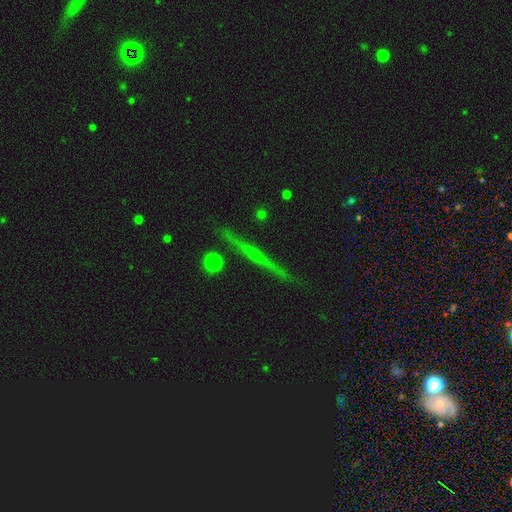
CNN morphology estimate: Smooth or featured?
  - featured or disk: 63% *
  - smooth: 26%
  - star or artifact: 11%
Edge-on disk?
  - yes: 96% *
  - no: 4%
Edge-on bulge?
  - none: 73% *
  - rounded: 20%
  - boxy: 7%
Merging?
  - none: 89% *
  - minor disturbance: 7%
  - major disturbance: 2%
  - merger: 2%